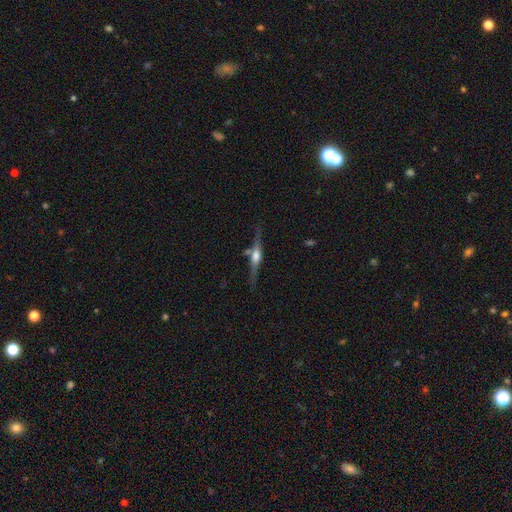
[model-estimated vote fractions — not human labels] The model was most divided on "smooth or featured": featured or disk: 77%, smooth: 17%, star or artifact: 6%. More confident: edge-on disk — yes (97%); edge-on bulge — rounded (88%); merging — none (77%).